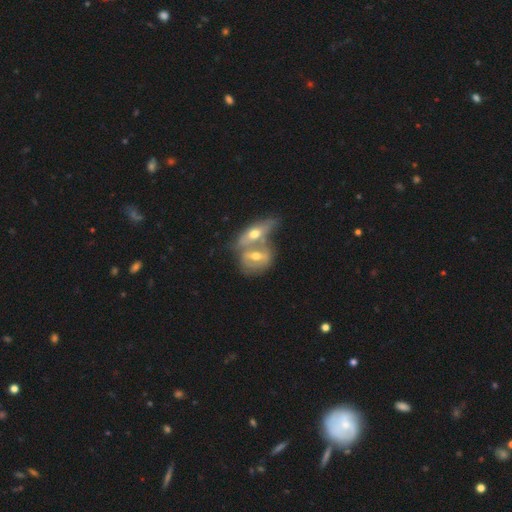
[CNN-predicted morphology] Smooth or featured? Predicted: featured or disk (p=0.66). Edge-on disk? Predicted: no (p=0.79). Bar? Predicted: no (p=0.37). Spiral arms? Predicted: yes (p=0.51). Bulge size? Predicted: moderate (p=0.66). Merging? Predicted: merger (p=0.64).